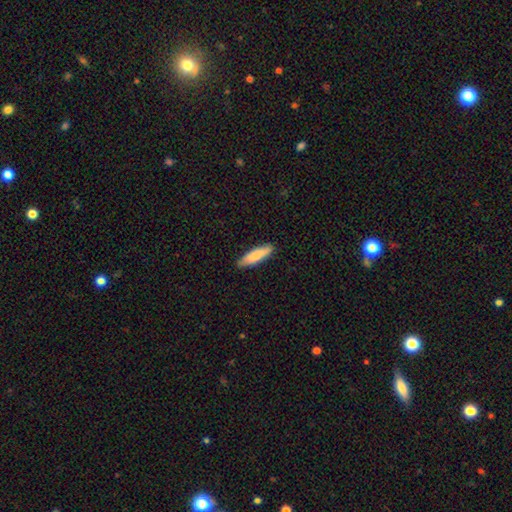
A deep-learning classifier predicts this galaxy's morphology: This appears to be a smooth galaxy with no disk features (82%) that is cigar-shaped (71%). Merging: none (87%).